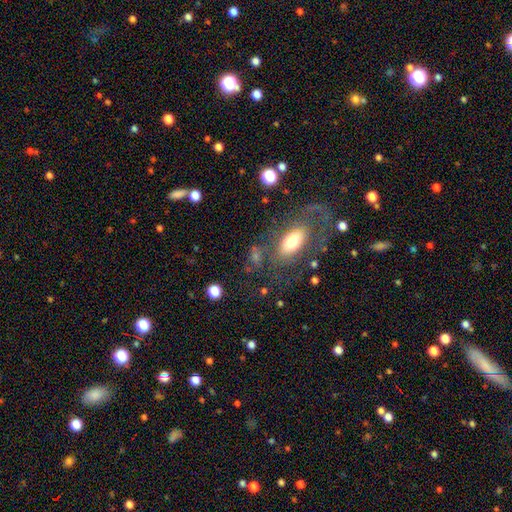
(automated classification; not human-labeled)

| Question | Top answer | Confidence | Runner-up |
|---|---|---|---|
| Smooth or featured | smooth | 49% | featured or disk (38%) |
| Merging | none | 59% | major disturbance (17%) |